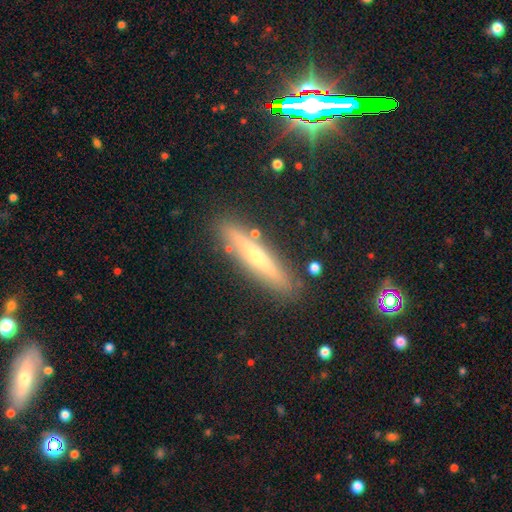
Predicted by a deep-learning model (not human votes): Overall: featured or disk (62%; smooth 30%). Edge-on disk: yes (93%). Edge-on bulge: rounded (82%). Merging: none (87%).